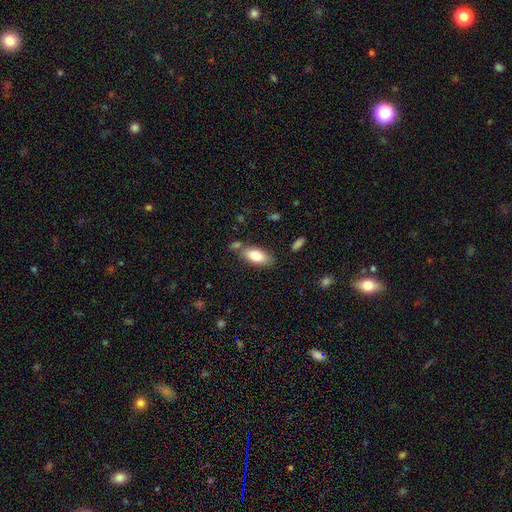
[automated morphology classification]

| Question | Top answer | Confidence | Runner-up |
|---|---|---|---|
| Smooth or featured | smooth | 81% | featured or disk (13%) |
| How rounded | in between | 87% | cigar-shaped (11%) |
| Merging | none | 71% | minor disturbance (16%) |